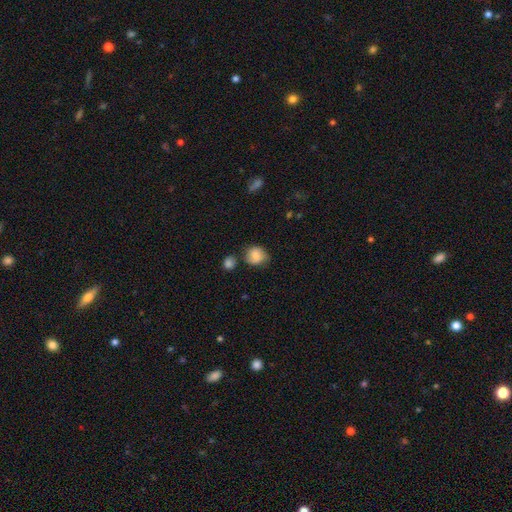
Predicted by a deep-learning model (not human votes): smooth-or-featured: smooth: 73% | featured or disk: 18% | star or artifact: 9%
  how-rounded: round: 71% | in between: 28% | cigar-shaped: 1%
  merging: none: 60% | minor disturbance: 25% | merger: 9% | major disturbance: 7%